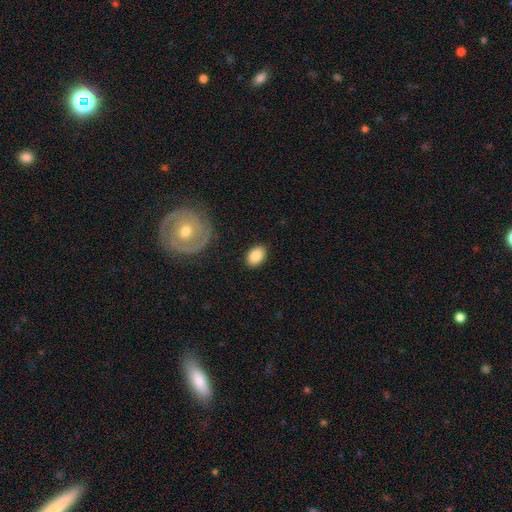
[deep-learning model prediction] Smooth or featured? smooth (86%)
How rounded? in between (83%)
Merging? none (87%)